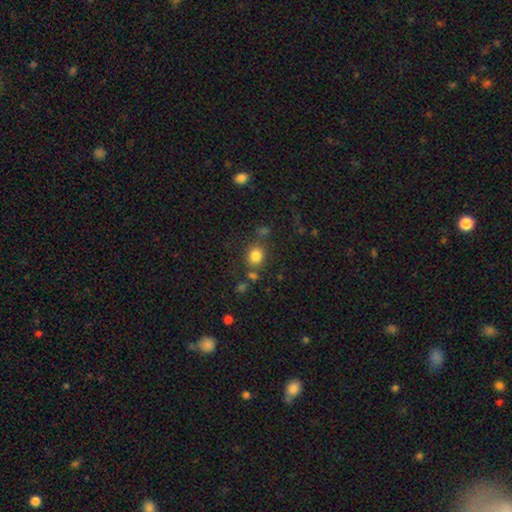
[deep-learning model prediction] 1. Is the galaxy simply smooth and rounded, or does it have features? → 82% smooth, 12% star or artifact, 6% featured or disk.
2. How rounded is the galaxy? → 72% round, 27% in between, 1% cigar-shaped.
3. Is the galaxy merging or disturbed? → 73% none, 11% minor disturbance, 10% merger, 5% major disturbance.